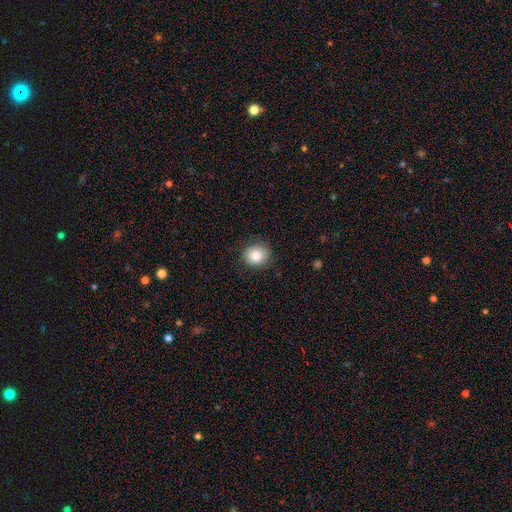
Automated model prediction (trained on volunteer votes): Morphology: type=smooth (83%); roundness=round (74%); merging=none (84%).